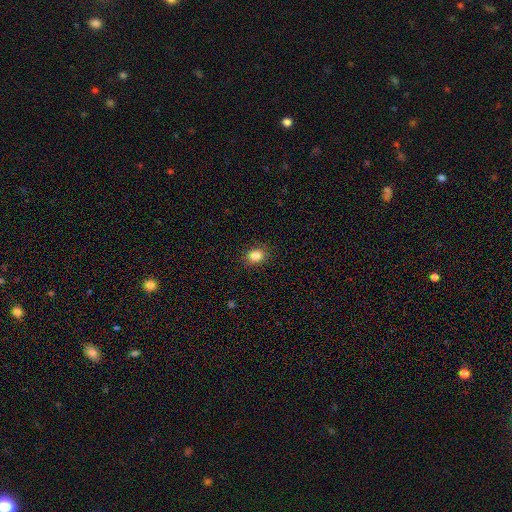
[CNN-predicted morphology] This is clearly a smooth galaxy (84%). How rounded: possibly round (51%). Merging: clearly none (87%).